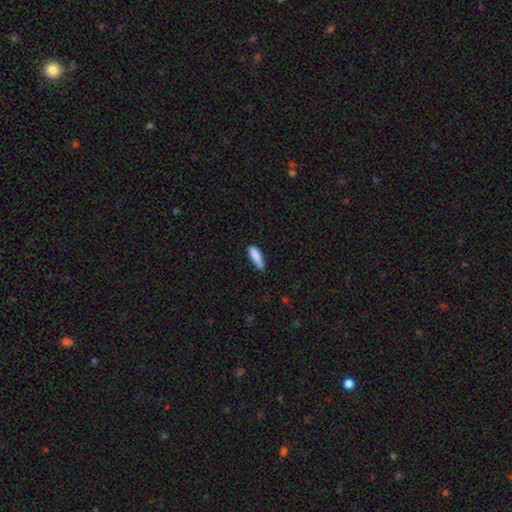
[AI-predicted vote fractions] Smooth or featured: smooth — 86% (featured or disk — 8%)
How rounded: cigar-shaped — 57% (in between — 41%)
Merging: none — 63% (minor disturbance — 29%)